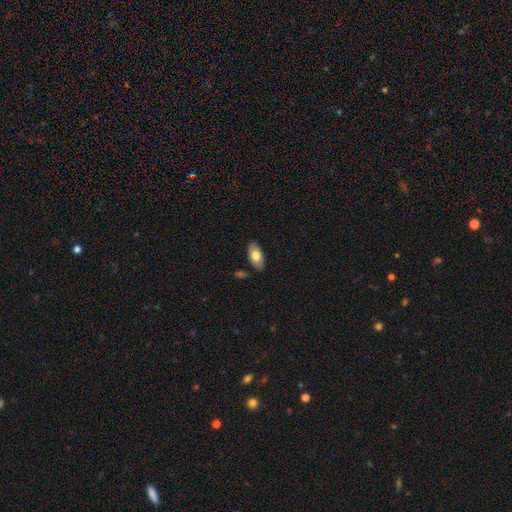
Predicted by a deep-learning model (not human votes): This appears to be a smooth galaxy with no disk features (75%) that is in between round and cigar-shaped (93%). Merging: none (85%).